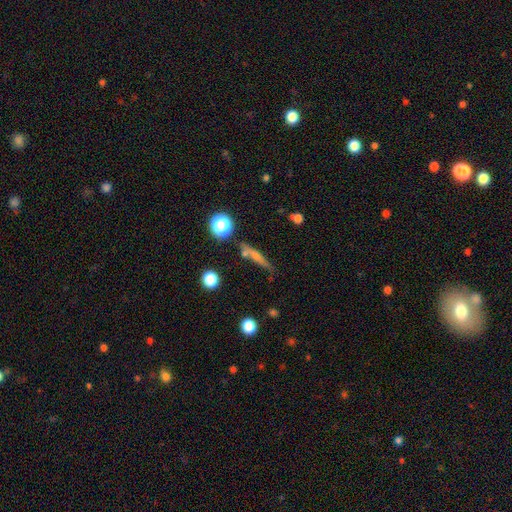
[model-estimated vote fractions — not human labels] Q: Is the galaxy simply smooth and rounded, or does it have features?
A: smooth — 49%.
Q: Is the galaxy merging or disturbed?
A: none — 73%.